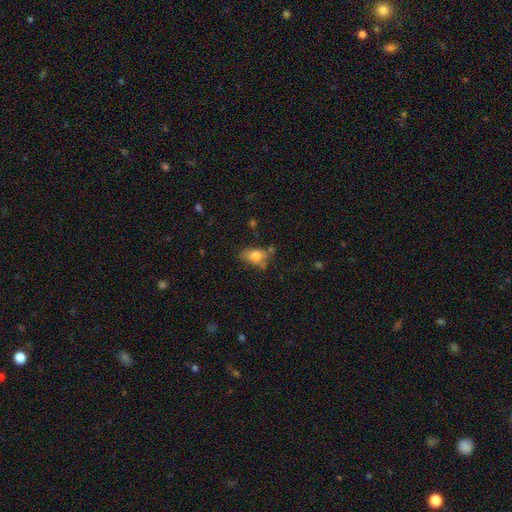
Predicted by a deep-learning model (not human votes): Smooth or featured? Predicted: smooth (p=0.75). How rounded? Predicted: in between (p=0.84). Merging? Predicted: none (p=0.50).